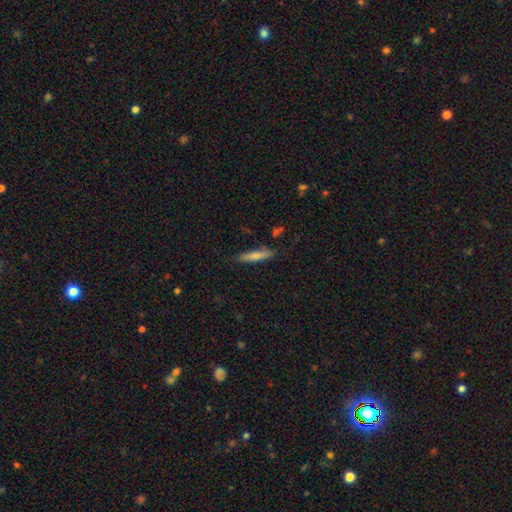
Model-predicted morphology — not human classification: smooth 73%, featured or disk 20%, star or artifact 7%. Down the decision tree: how rounded — cigar-shaped (86%); merging — none (80%).